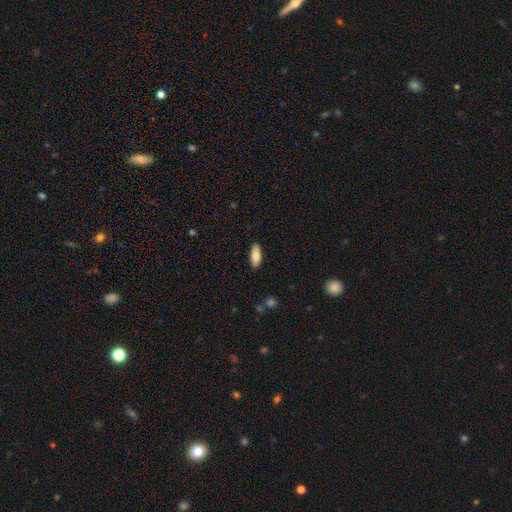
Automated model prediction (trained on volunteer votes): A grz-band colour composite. It shows a smooth galaxy with no disk features (84%) that is in between round and cigar-shaped (74%). Merging: none (87%).